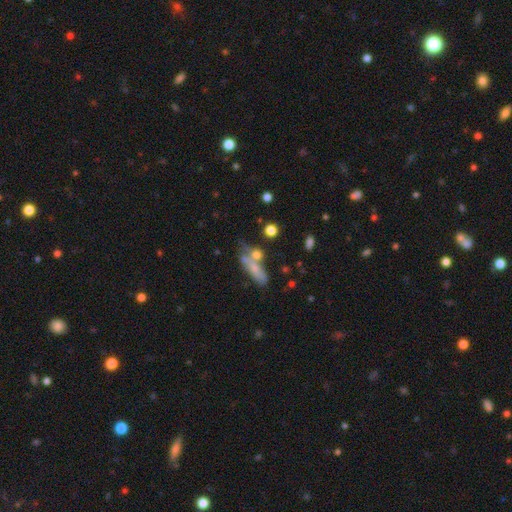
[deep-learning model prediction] This appears to be a smooth galaxy with no disk features (59%) that is in between round and cigar-shaped (44%). Merging: none (38%).